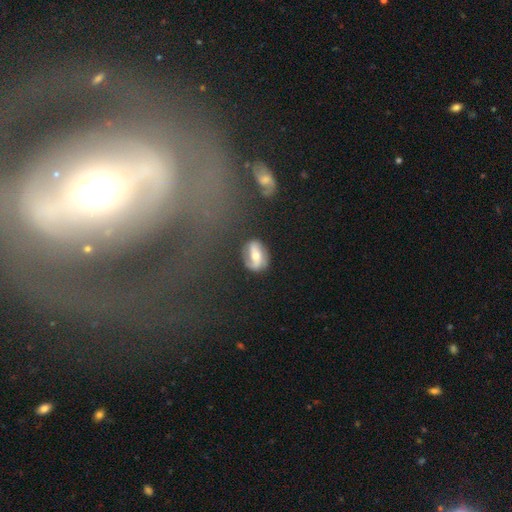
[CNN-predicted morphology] smooth_or_featured: featured or disk (p=0.68) [alt: smooth p=0.25]
disk_edge_on: no (p=0.94) [alt: yes p=0.06]
bar: strong (p=0.43) [alt: weak p=0.32]
has_spiral_arms: yes (p=0.76) [alt: no p=0.24]
bulge_size: moderate (p=0.64) [alt: small p=0.30]
merging: none (p=0.75) [alt: minor disturbance p=0.16]